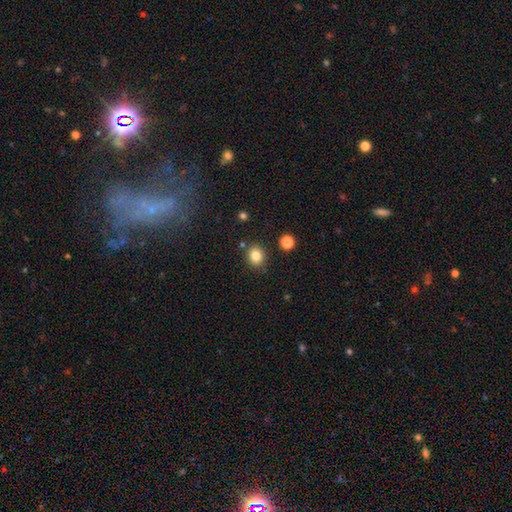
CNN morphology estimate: Q: Smooth or featured?
A: smooth (83%); runner-up: star or artifact (11%)
Q: How rounded?
A: round (72%); runner-up: in between (27%)
Q: Merging?
A: none (85%); runner-up: minor disturbance (9%)